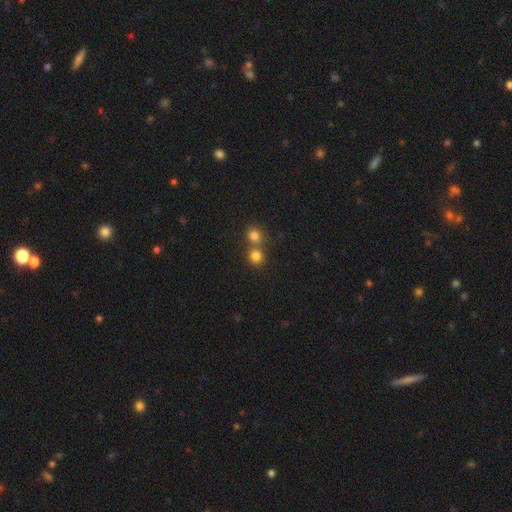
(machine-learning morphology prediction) smooth_or_featured: smooth (p=0.80) [alt: star or artifact p=0.14]
how_rounded: round (p=0.87) [alt: in between p=0.12]
merging: none (p=0.51) [alt: merger p=0.42]